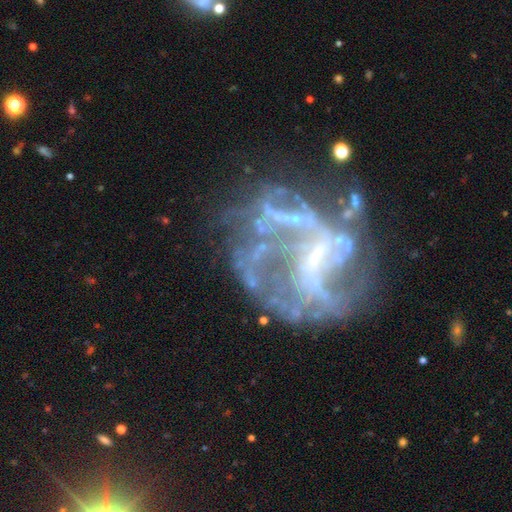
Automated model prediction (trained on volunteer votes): Overall: featured or disk (74%). Edge-on disk: no (97%). Bar: no (41%; weak 34%). Spiral arms: yes (63%; no 37%). Bulge size: small (49%; none 37%). Merging: major disturbance (38%; none 33%).